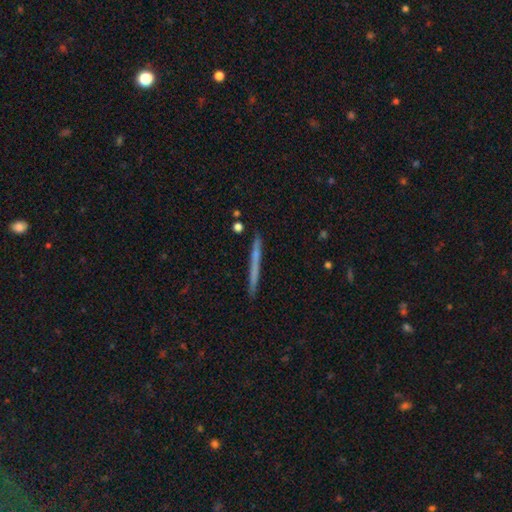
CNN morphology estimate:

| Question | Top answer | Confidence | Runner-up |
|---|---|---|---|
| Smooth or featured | smooth | 52% | featured or disk (42%) |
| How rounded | cigar-shaped | 97% | in between (2%) |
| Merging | none | 89% | minor disturbance (7%) |